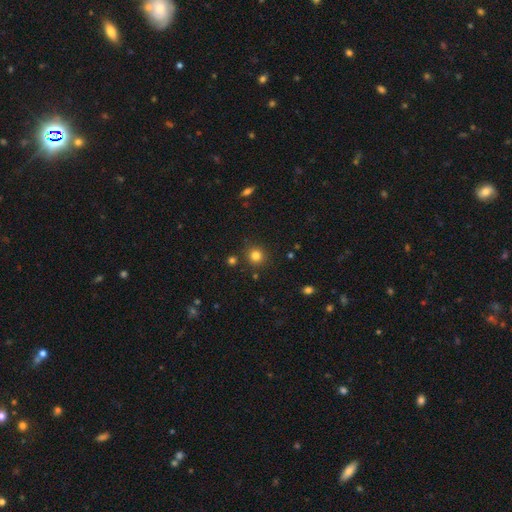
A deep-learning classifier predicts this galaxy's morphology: smooth 81%, star or artifact 13%, featured or disk 6%. Down the decision tree: how rounded — round (92%); merging — none (87%).